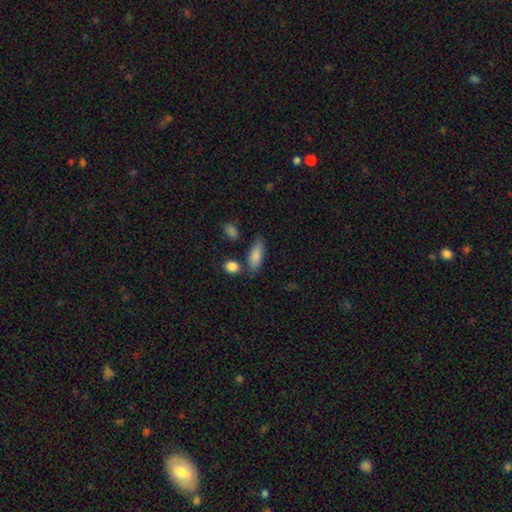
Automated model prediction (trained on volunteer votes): smooth 85%, featured or disk 8%, star or artifact 7%. Down the decision tree: how rounded — in between (77%); merging — none (73%).